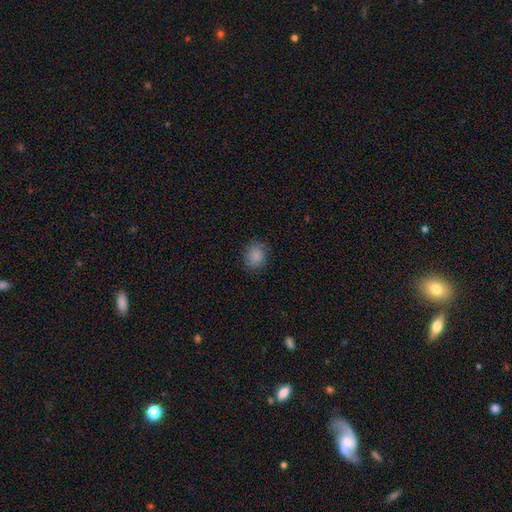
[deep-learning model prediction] Smooth or featured? smooth (86%)
How rounded? round (65%)
Merging? none (84%)